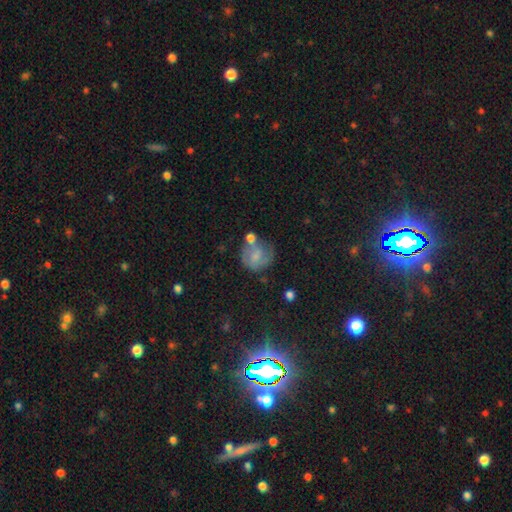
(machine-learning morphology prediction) smooth-or-featured: featured or disk: 46% | smooth: 44% | star or artifact: 10%
  merging: none: 44% | minor disturbance: 23% | major disturbance: 18% | merger: 15%